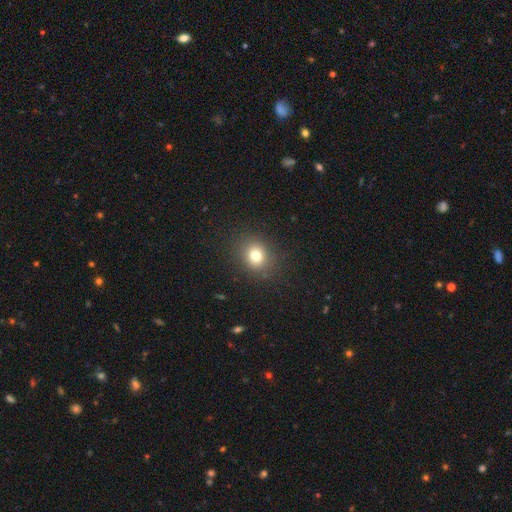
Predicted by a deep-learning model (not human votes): Smooth or featured? smooth (76%)
How rounded? round (68%)
Merging? none (87%)